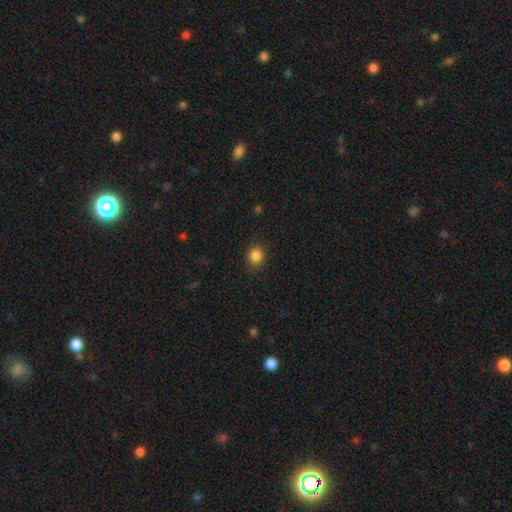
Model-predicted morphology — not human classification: Smooth or featured? Predicted: smooth (p=0.85). How rounded? Predicted: round (p=0.73). Merging? Predicted: none (p=0.86).